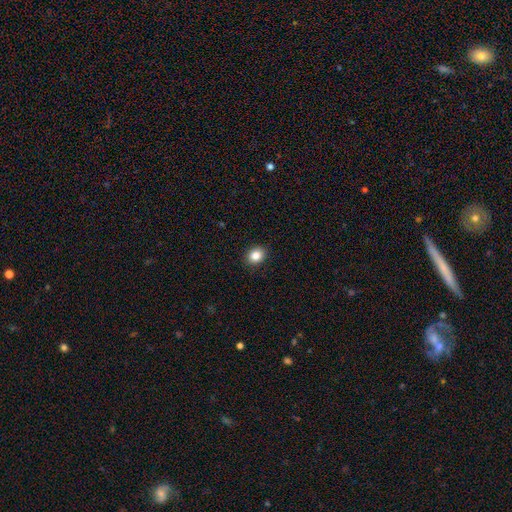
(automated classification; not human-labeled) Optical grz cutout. It shows a smooth galaxy with no disk features (85%) that is round (56%). Merging: none (91%).